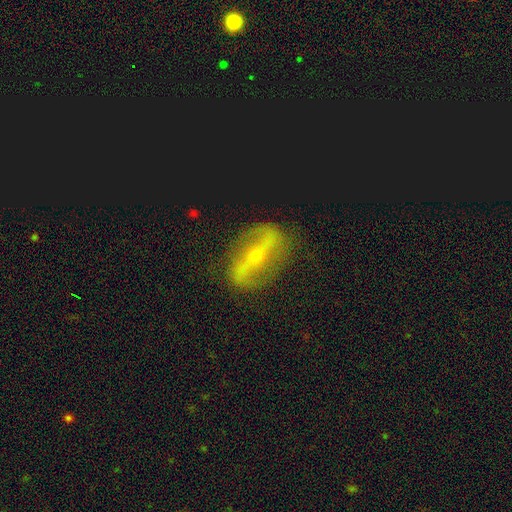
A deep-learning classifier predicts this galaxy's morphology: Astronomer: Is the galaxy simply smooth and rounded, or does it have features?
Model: featured or disk — 81%.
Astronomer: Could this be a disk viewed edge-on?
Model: no — 86%.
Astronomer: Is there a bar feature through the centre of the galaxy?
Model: strong — 67%.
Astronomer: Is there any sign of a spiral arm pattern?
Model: yes — 69%.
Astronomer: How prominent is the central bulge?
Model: small — 83%.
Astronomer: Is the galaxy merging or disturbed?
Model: none — 80%.